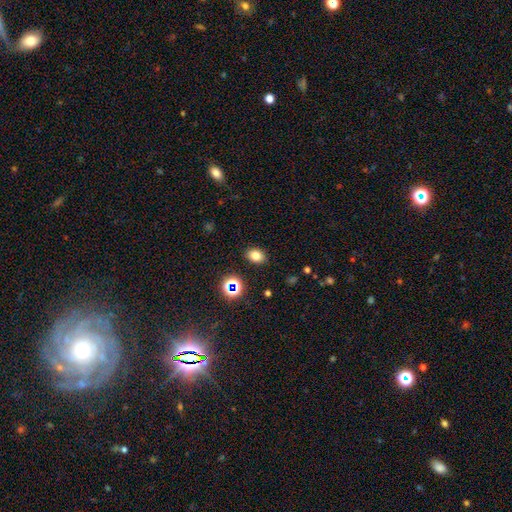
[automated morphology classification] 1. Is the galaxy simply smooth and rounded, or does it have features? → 76% smooth, 16% star or artifact, 7% featured or disk.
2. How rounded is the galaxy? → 69% in between, 30% round, 1% cigar-shaped.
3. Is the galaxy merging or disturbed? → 87% none, 8% minor disturbance, 3% major disturbance, 1% merger.